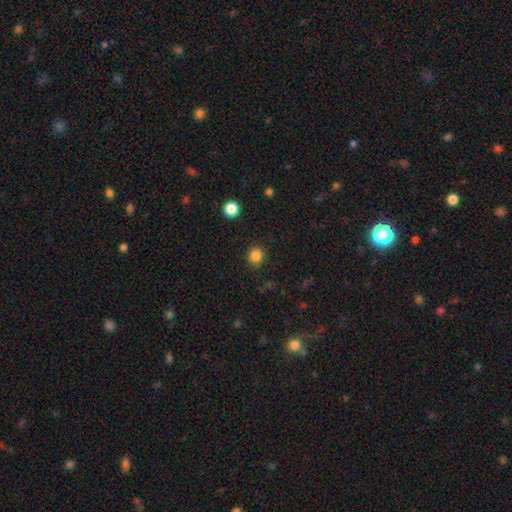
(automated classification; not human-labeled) Smooth or featured?
  - smooth: 84% *
  - star or artifact: 12%
  - featured or disk: 4%
How rounded?
  - round: 88% *
  - in between: 11%
  - cigar-shaped: 1%
Merging?
  - none: 89% *
  - minor disturbance: 7%
  - major disturbance: 3%
  - merger: 1%